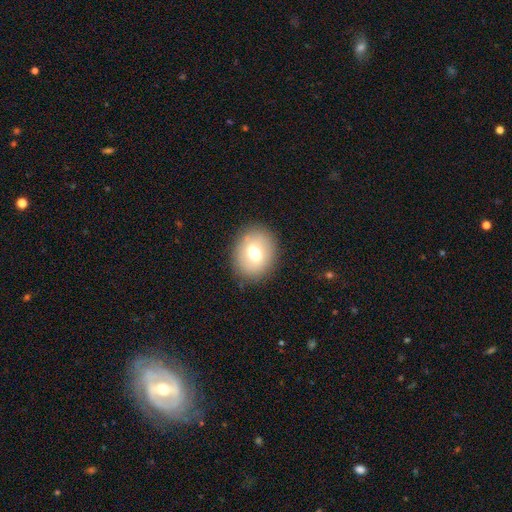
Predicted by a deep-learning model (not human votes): smooth-or-featured: smooth: 68% | featured or disk: 22% | star or artifact: 10%
  how-rounded: round: 56% | in between: 43% | cigar-shaped: 1%
  merging: none: 88% | minor disturbance: 8% | major disturbance: 3% | merger: 1%